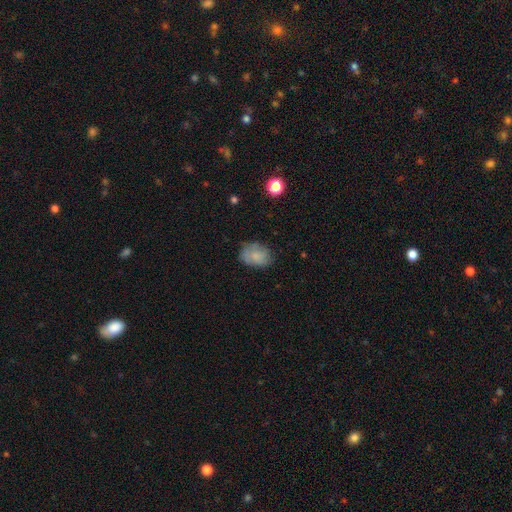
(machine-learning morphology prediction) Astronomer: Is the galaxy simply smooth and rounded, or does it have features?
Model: smooth — 72%.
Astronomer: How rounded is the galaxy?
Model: in between — 73%.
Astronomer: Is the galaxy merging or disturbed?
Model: none — 69%.